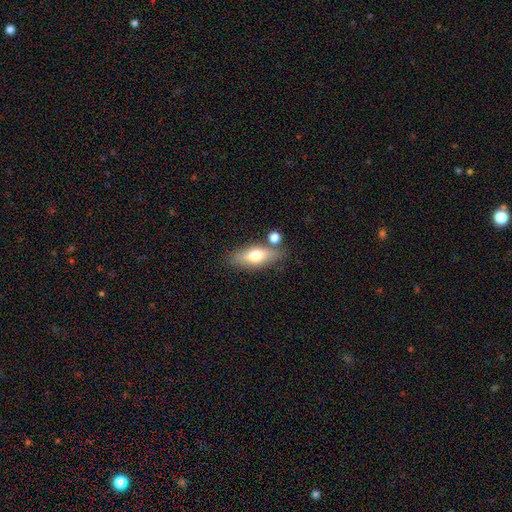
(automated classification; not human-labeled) This is likely a smooth galaxy (64%). How rounded: likely in between (69%). Merging: likely none (71%).